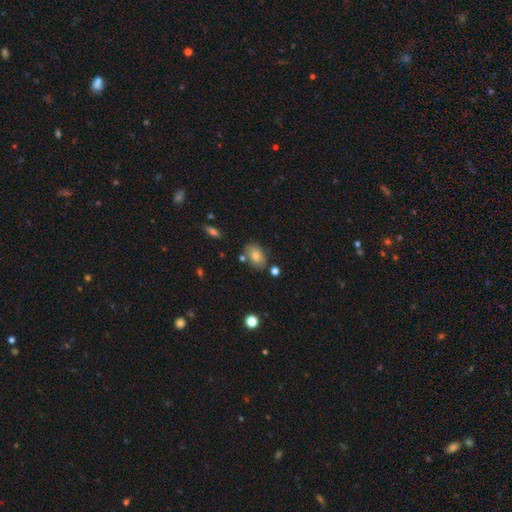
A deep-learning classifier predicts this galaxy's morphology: Smooth or featured: smooth — 78% (featured or disk — 13%)
How rounded: in between — 83% (round — 16%)
Merging: none — 76% (minor disturbance — 14%)